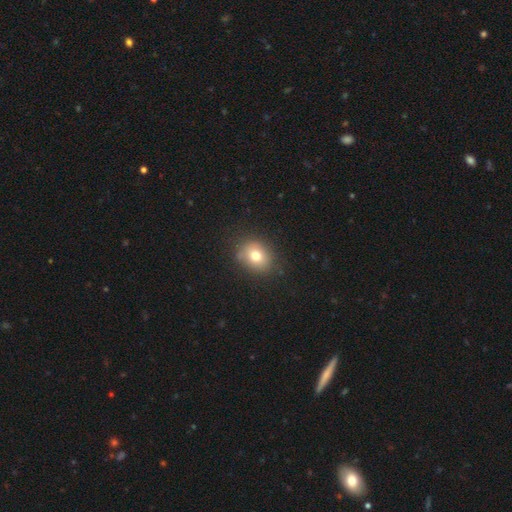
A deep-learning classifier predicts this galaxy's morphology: This is likely a smooth galaxy (75%). How rounded: possibly round (60%). Merging: likely none (79%).